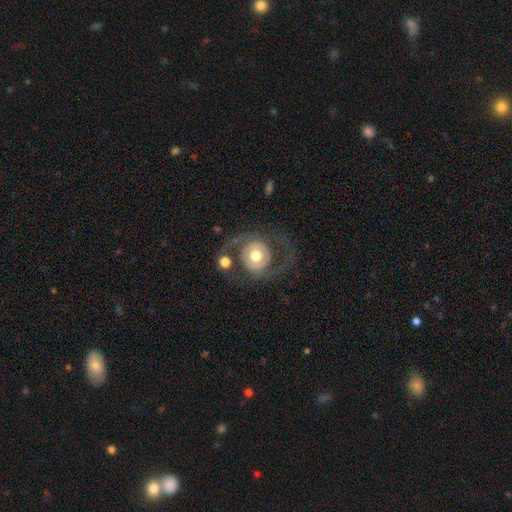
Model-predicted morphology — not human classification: This is likely a featured or disk galaxy (64%). It is clearly not viewed edge-on (96%). Bar: likely no (77%). Spiral arm pattern: possibly yes (52%). Central bulge: likely moderate (62%). Merging: possibly none (56%).